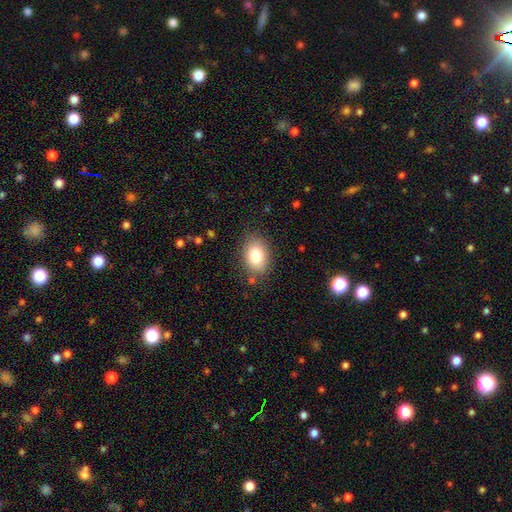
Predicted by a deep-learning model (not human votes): smooth 81%, featured or disk 10%, star or artifact 9%. Down the decision tree: how rounded — in between (78%); merging — none (82%).